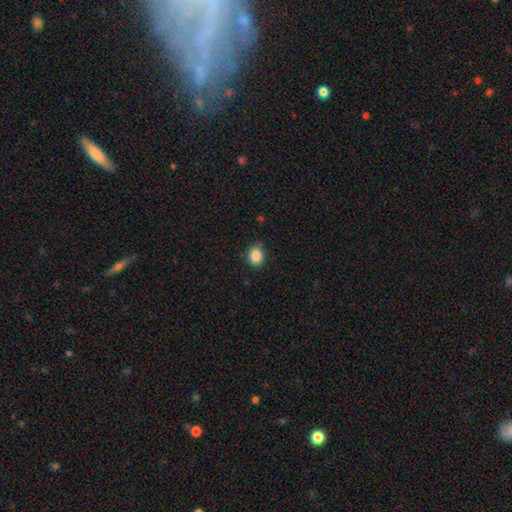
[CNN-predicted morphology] The model was most divided on "how rounded": round: 58%, in between: 41%, cigar-shaped: 1%. More confident: smooth or featured — smooth (86%); merging — none (82%).